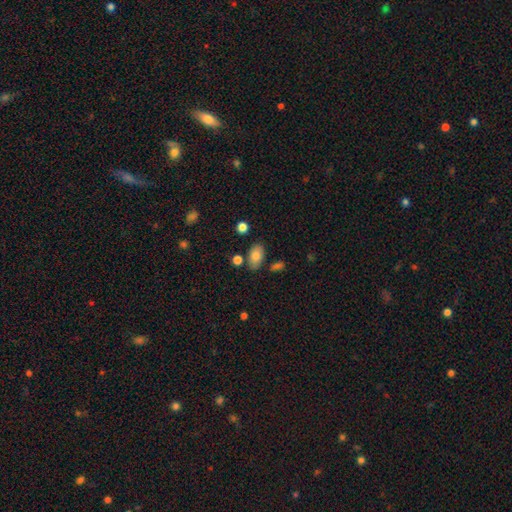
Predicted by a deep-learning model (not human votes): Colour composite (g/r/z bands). It shows a smooth galaxy with no disk features (82%) that is in between round and cigar-shaped (92%). Merging: none (77%).